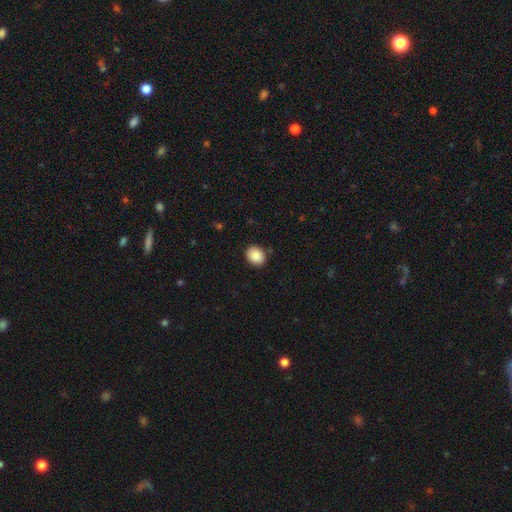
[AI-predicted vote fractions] This appears to be a smooth galaxy with no disk features (89%) that is in between round and cigar-shaped (53%). Merging: none (87%).